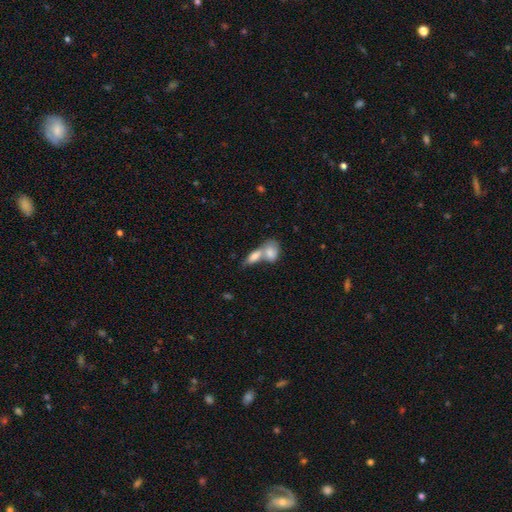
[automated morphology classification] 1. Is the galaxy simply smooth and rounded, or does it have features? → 75% smooth, 17% featured or disk, 8% star or artifact.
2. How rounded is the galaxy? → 77% in between, 12% round, 10% cigar-shaped.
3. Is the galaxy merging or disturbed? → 66% merger, 23% none, 7% minor disturbance, 4% major disturbance.